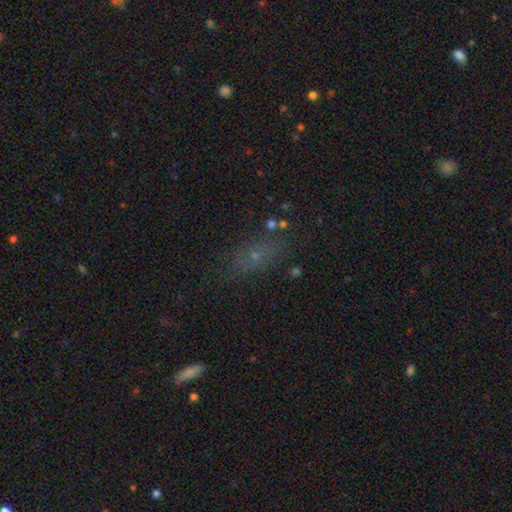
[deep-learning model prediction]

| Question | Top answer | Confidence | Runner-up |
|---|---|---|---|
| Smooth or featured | smooth | 54% | star or artifact (28%) |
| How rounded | in between | 65% | cigar-shaped (22%) |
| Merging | none | 74% | minor disturbance (15%) |